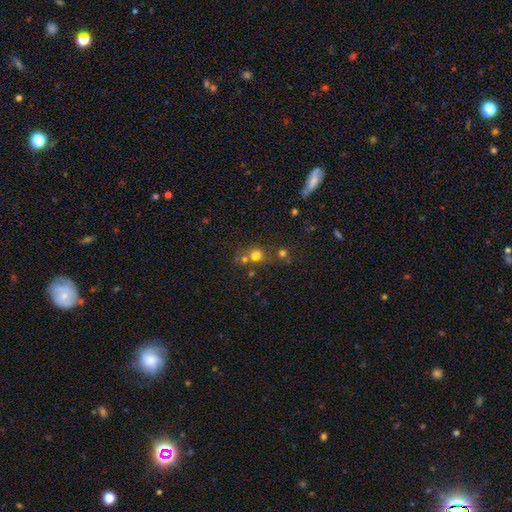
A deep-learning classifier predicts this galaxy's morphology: smooth 54%, star or artifact 29%, featured or disk 17%. Down the decision tree: how rounded — round (64%); merging — none (45%).